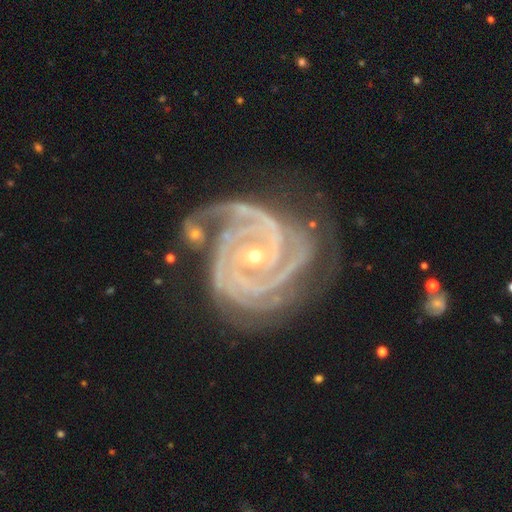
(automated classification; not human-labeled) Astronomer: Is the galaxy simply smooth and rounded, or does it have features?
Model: featured or disk — 94%.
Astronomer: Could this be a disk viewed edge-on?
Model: no — 98%.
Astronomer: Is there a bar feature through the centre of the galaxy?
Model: no — 57%.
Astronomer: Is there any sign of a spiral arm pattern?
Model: yes — 99%.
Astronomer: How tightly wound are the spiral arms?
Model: tight — 78%.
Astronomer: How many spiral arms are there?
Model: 3 — 39% (runner-up: 4, 25%).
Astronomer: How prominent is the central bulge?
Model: small — 72%.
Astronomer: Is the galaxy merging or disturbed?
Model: none — 57%.